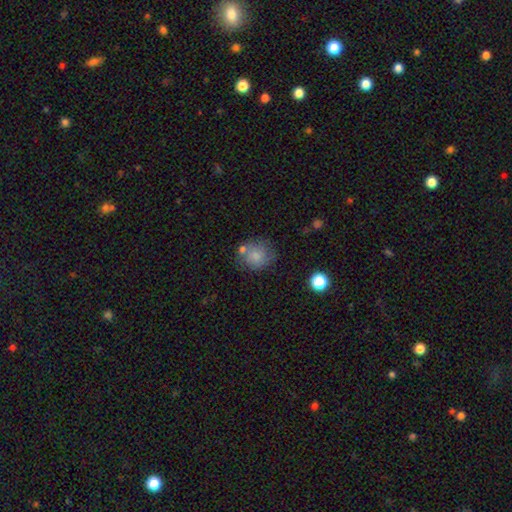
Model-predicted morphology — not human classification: This is likely a smooth galaxy (74%). How rounded: likely round (79%). Merging: possibly none (59%).